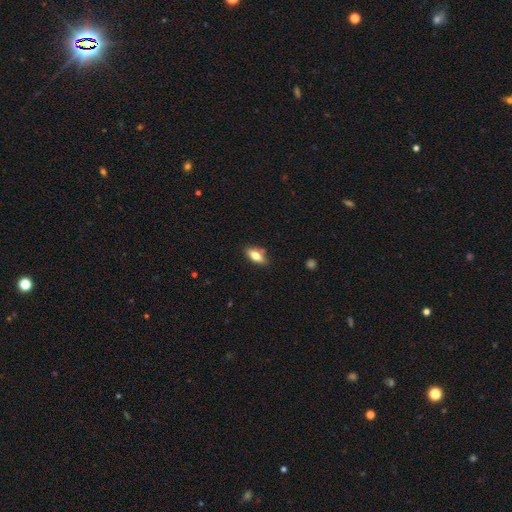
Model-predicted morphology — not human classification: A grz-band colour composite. It shows a smooth galaxy with no disk features (69%) that is in between round and cigar-shaped (80%). Merging: none (78%).